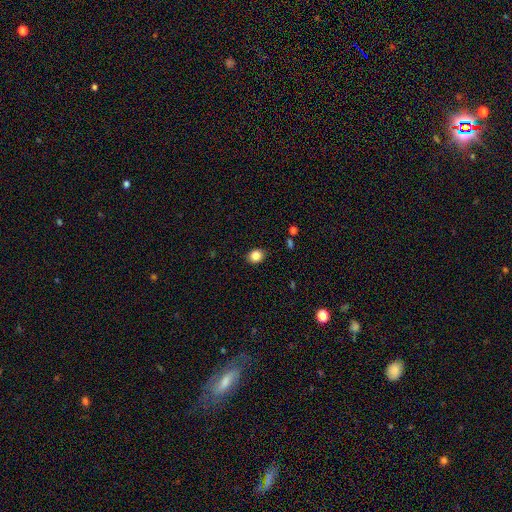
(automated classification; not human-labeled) A smooth galaxy with no disk features (86%) that is round (59%).

Vote fractions:
- Smooth or featured? smooth: 86% / star or artifact: 10% / featured or disk: 5%
- How rounded? round: 59% / in between: 40% / cigar-shaped: 1%
- Merging? none: 88% / minor disturbance: 9% / major disturbance: 2% / merger: 1%